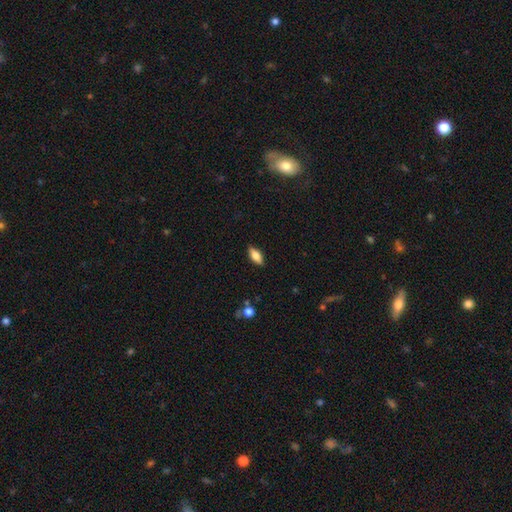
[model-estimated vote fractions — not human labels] This appears to be a smooth galaxy with no disk features (72%) that is in between round and cigar-shaped (81%). Merging: none (87%).